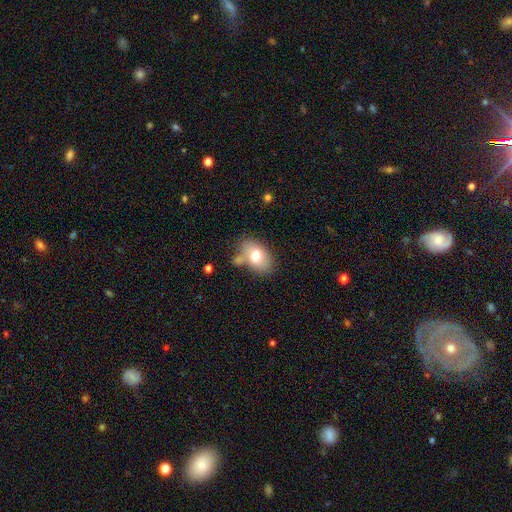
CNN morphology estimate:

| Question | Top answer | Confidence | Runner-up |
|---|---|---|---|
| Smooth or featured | smooth | 72% | featured or disk (20%) |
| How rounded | in between | 87% | round (11%) |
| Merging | none | 54% | minor disturbance (21%) |